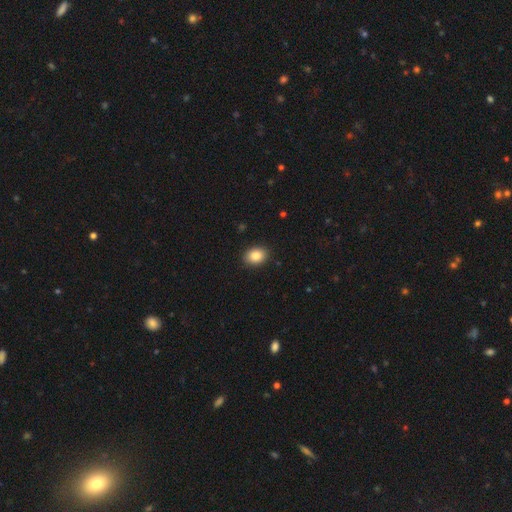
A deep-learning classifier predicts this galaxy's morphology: Smooth or featured? Predicted: smooth (p=0.86). How rounded? Predicted: in between (p=0.67). Merging? Predicted: none (p=0.89).